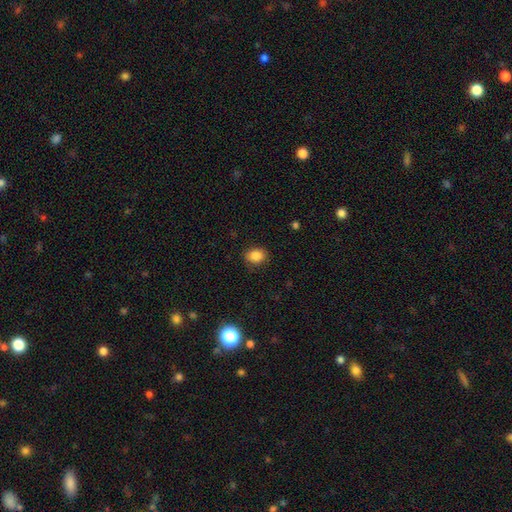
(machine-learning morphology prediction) Smooth or featured? Predicted: smooth (p=0.85). How rounded? Predicted: in between (p=0.50). Merging? Predicted: none (p=0.84).